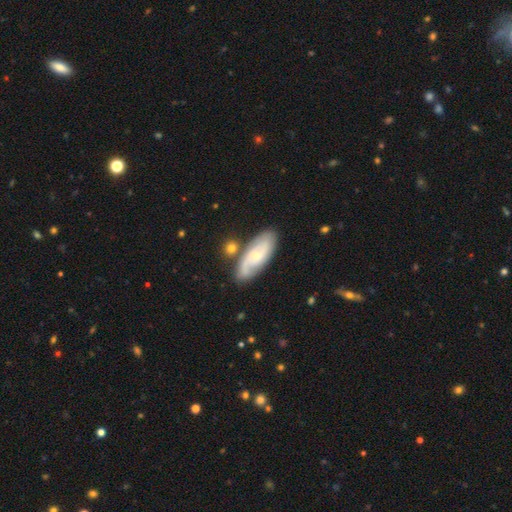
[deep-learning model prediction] Smooth or featured?
  - featured or disk: 68% *
  - smooth: 27%
  - star or artifact: 6%
Edge-on disk?
  - no: 90% *
  - yes: 10%
Bar?
  - no: 57% *
  - weak: 36%
  - strong: 7%
Spiral arms?
  - yes: 90% *
  - no: 10%
Spiral winding?
  - medium: 44% *
  - tight: 33%
  - loose: 23%
Spiral arm count?
  - 2: 70% *
  - can't tell: 18%
  - 3: 6%
  - 1: 3%
  - 4: 2%
  - more than 4: 2%
Bulge size?
  - small: 66% *
  - moderate: 29%
  - none: 2%
  - large: 2%
  - dominant: 1%
Merging?
  - none: 73% *
  - minor disturbance: 14%
  - merger: 9%
  - major disturbance: 3%